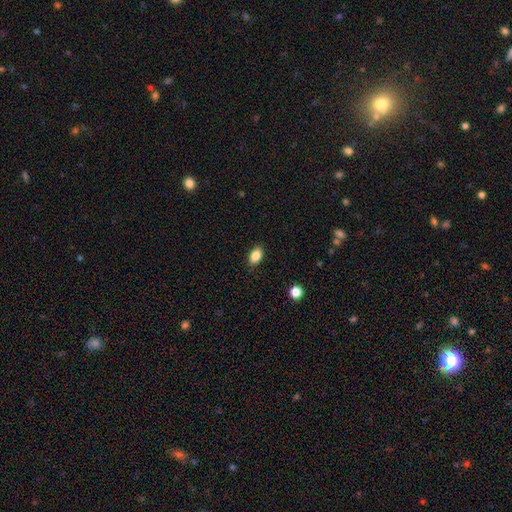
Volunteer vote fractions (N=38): Q: Smooth or featured?
A: smooth (87%); runner-up: featured or disk (13%)
Q: How rounded?
A: in between (88%); runner-up: round (12%)
Q: Merging?
A: none (89%); runner-up: minor disturbance (8%)